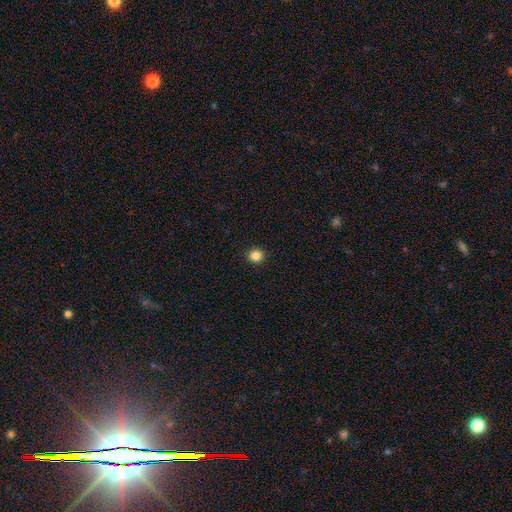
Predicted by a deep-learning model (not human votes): A smooth galaxy with no disk features (85%) that is round (93%).

Vote fractions:
- Smooth or featured? smooth: 85% / star or artifact: 11% / featured or disk: 4%
- How rounded? round: 93% / in between: 6% / cigar-shaped: 1%
- Merging? none: 93% / minor disturbance: 4% / major disturbance: 2% / merger: 1%